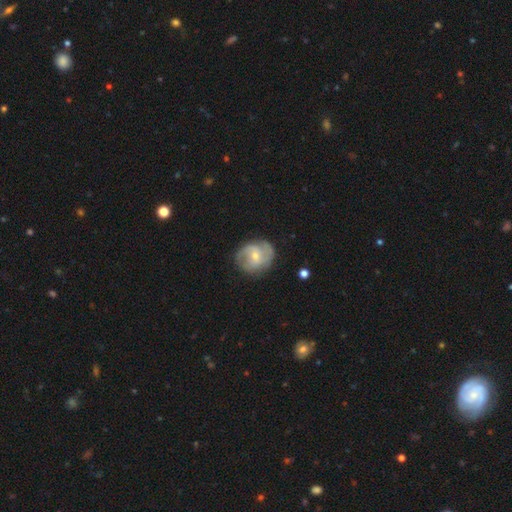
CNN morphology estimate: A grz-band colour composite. It shows a featured or disk galaxy (66%) with no bar (51%), 2 (57%) medium (45%) spiral arms (86%) and a small central bulge (57%). Merging: none (69%).